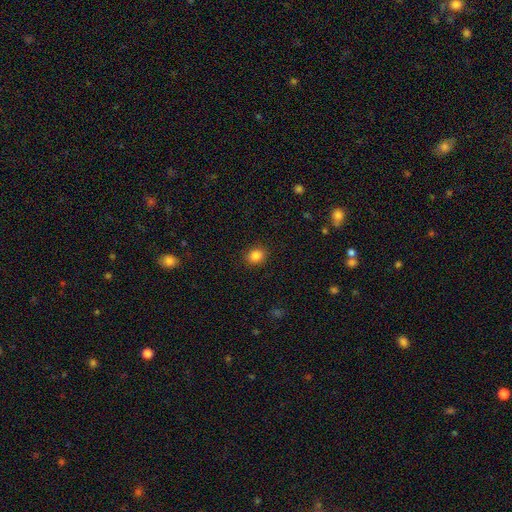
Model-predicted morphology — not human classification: Smooth or featured: smooth — 85% (star or artifact — 11%)
How rounded: round — 65% (in between — 34%)
Merging: none — 90% (minor disturbance — 7%)